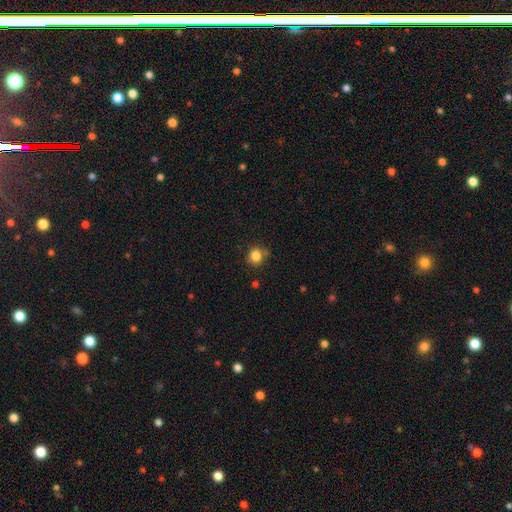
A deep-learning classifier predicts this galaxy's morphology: The model was most divided on "merging": none: 77%, minor disturbance: 14%, merger: 6%, major disturbance: 3%. More confident: how rounded — round (85%); smooth or featured — smooth (84%).